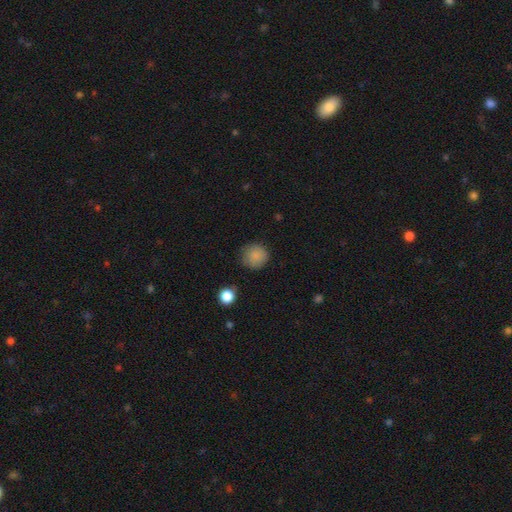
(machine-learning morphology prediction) Q: Smooth or featured?
A: smooth (86%); runner-up: star or artifact (9%)
Q: How rounded?
A: round (93%); runner-up: in between (7%)
Q: Merging?
A: none (81%); runner-up: minor disturbance (14%)